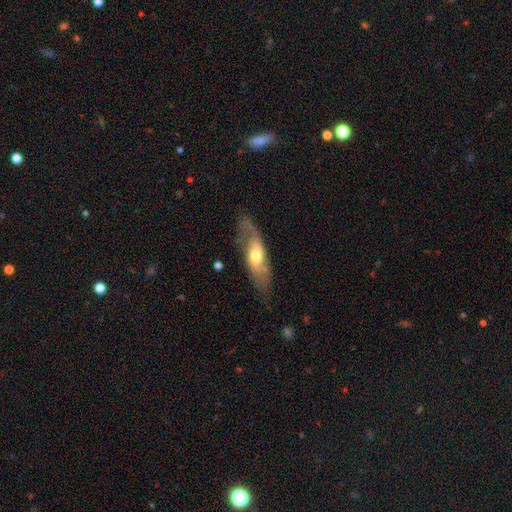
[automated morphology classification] Smooth or featured? featured or disk (56%)
Edge-on disk? no (69%)
Merging? none (64%)